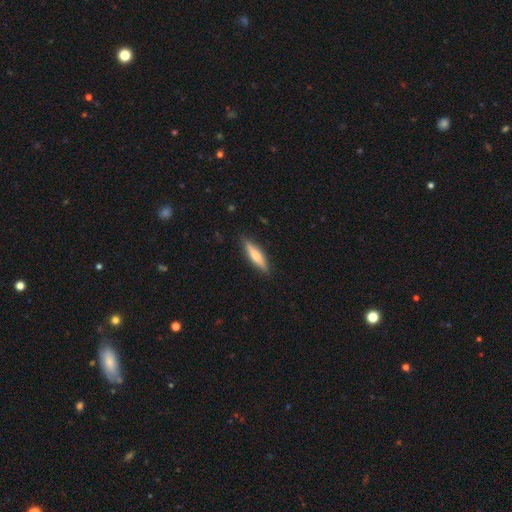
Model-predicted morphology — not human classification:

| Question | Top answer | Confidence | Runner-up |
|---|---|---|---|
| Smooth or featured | smooth | 62% | featured or disk (33%) |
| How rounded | cigar-shaped | 79% | in between (20%) |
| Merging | none | 88% | minor disturbance (9%) |